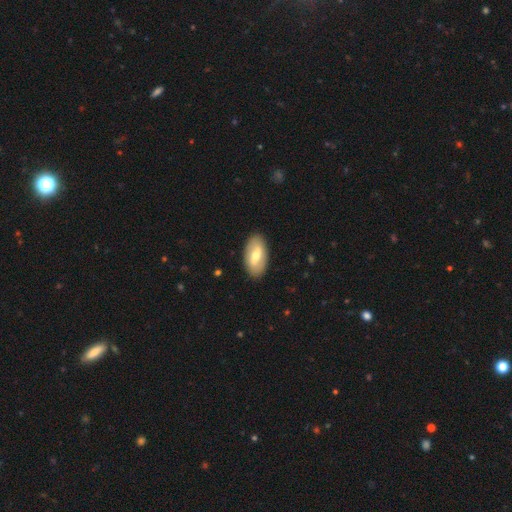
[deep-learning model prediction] smooth-or-featured: smooth: 56% | featured or disk: 39% | star or artifact: 5%
  how-rounded: in between: 93% | cigar-shaped: 3% | round: 3%
  merging: none: 89% | minor disturbance: 8% | major disturbance: 2% | merger: 1%